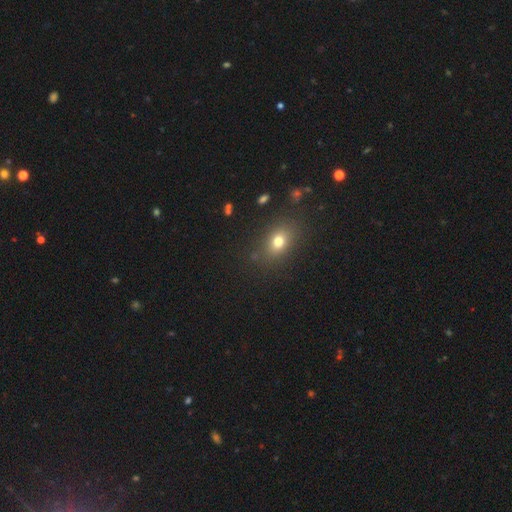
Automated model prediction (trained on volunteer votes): The model was most divided on "how rounded": in between: 58%, round: 40%, cigar-shaped: 2%. More confident: merging — none (85%); smooth or featured — smooth (63%).